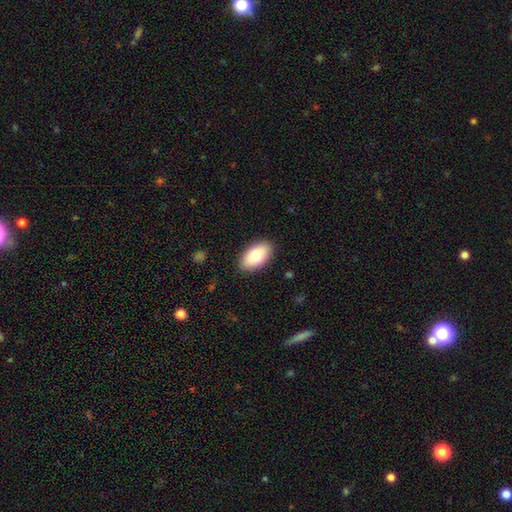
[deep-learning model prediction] Q: Smooth or featured?
A: smooth (78%); runner-up: featured or disk (15%)
Q: How rounded?
A: in between (94%); runner-up: round (4%)
Q: Merging?
A: none (89%); runner-up: minor disturbance (8%)